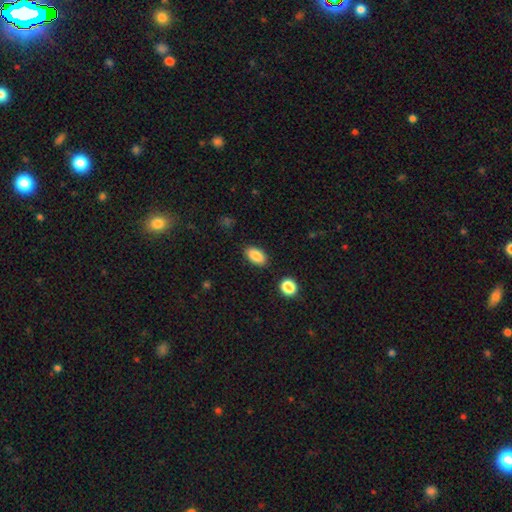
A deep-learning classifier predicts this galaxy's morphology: Smooth or featured? Predicted: smooth (p=0.87). How rounded? Predicted: in between (p=0.92). Merging? Predicted: none (p=0.86).